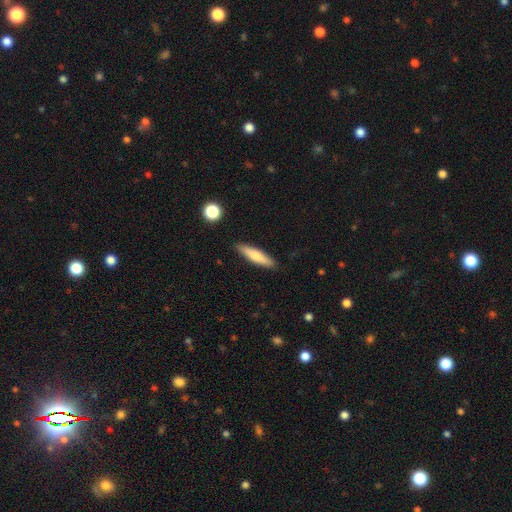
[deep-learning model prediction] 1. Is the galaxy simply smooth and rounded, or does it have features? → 67% smooth, 27% featured or disk, 6% star or artifact.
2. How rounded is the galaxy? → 76% cigar-shaped, 22% in between, 2% round.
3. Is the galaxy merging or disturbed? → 87% none, 9% minor disturbance, 2% major disturbance, 2% merger.